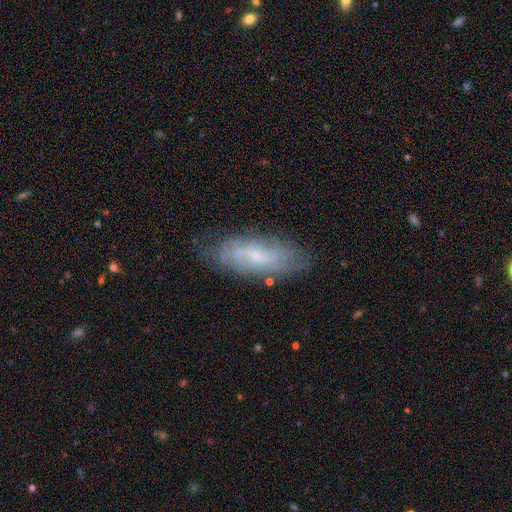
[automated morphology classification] This appears to be a featured or disk galaxy (65%) with no bar (52%), spiral arms (83%) and a small central bulge (72%). Merging: none (74%).